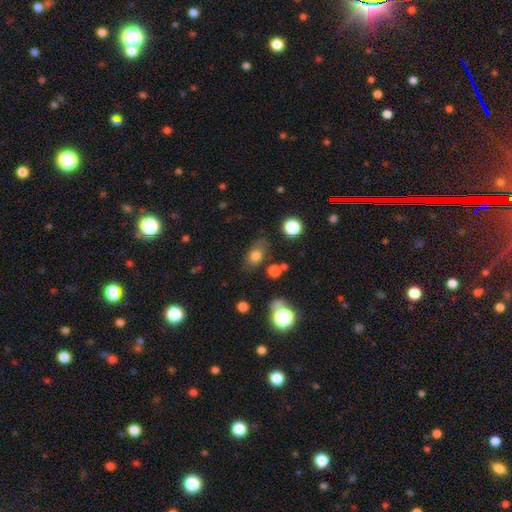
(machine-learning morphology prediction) Q: Smooth or featured?
A: smooth (73%); runner-up: featured or disk (14%)
Q: How rounded?
A: in between (75%); runner-up: round (22%)
Q: Merging?
A: none (71%); runner-up: minor disturbance (19%)